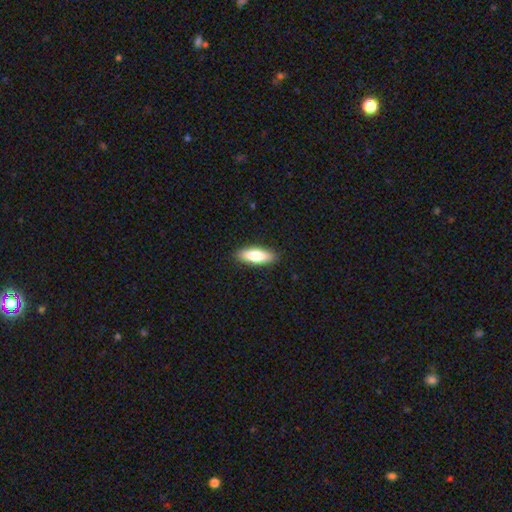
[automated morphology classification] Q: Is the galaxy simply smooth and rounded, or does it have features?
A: smooth — 78%.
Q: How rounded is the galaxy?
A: in between — 60%.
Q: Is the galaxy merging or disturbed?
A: none — 89%.